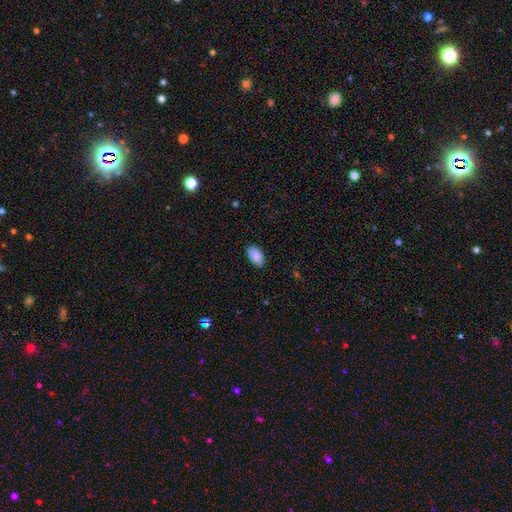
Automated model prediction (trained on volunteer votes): Smooth or featured: smooth — 86% (featured or disk — 8%)
How rounded: in between — 95% (round — 4%)
Merging: none — 83% (minor disturbance — 14%)